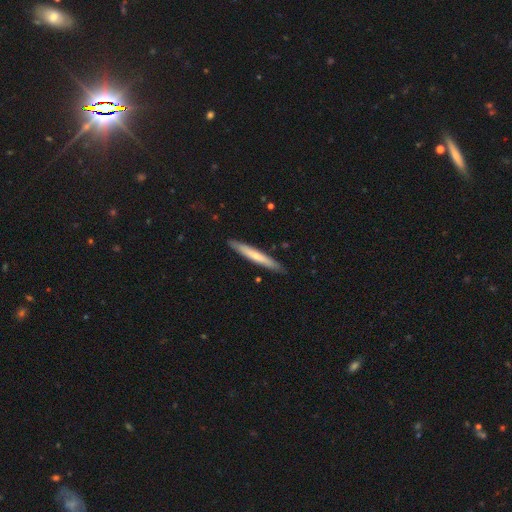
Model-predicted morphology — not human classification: Q: Smooth or featured?
A: smooth (58%); runner-up: featured or disk (37%)
Q: How rounded?
A: cigar-shaped (95%); runner-up: in between (3%)
Q: Merging?
A: none (89%); runner-up: minor disturbance (8%)